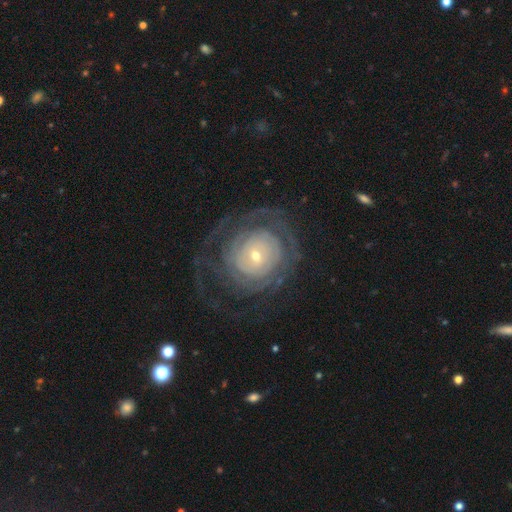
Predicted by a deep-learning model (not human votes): featured or disk 81%, smooth 13%, star or artifact 6%. Down the decision tree: edge-on disk — no (97%); bar — no (78%); spiral arms — yes (86%); spiral arm count — can't tell (47%); spiral winding — tight (77%); bulge size — small (72%); merging — none (68%).